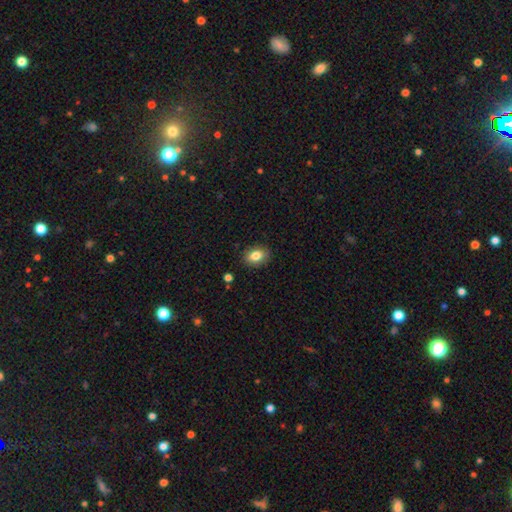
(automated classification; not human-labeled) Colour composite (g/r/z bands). It shows a smooth galaxy with no disk features (83%) that is in between round and cigar-shaped (72%). Merging: none (88%).